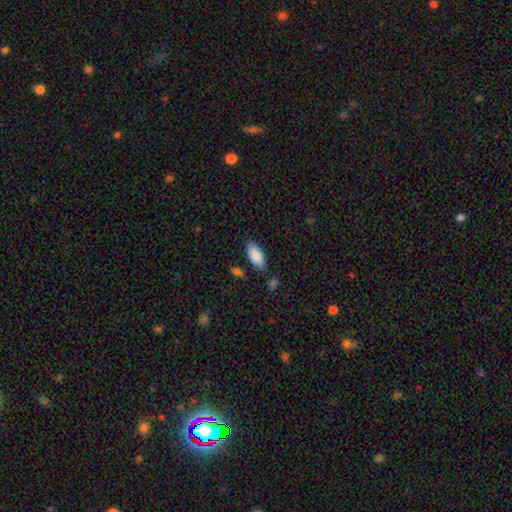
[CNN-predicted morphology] smooth-or-featured: smooth: 88% | featured or disk: 6% | star or artifact: 6%
  how-rounded: in between: 85% | cigar-shaped: 13% | round: 2%
  merging: none: 81% | minor disturbance: 12% | merger: 4% | major disturbance: 3%